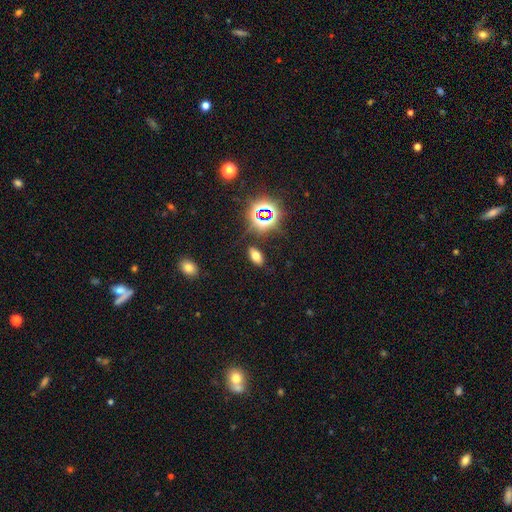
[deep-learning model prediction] smooth 61%, star or artifact 28%, featured or disk 10%. Down the decision tree: how rounded — in between (89%); merging — none (86%).